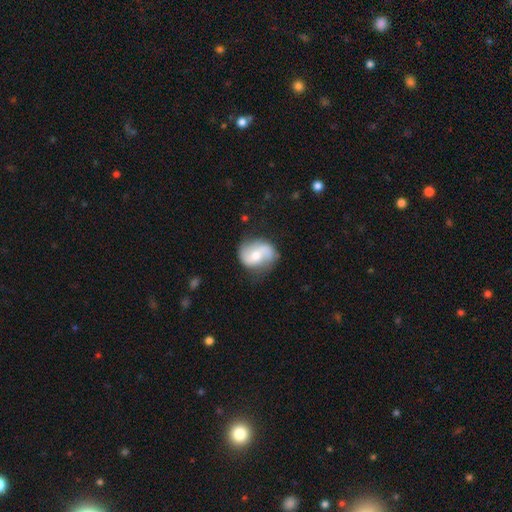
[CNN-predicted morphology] Smooth or featured? featured or disk (66%)
Edge-on disk? no (97%)
Bar? no (48%)
Spiral arms? yes (89%)
Spiral winding? loose (51%)
Spiral arm count? 2 (88%)
Bulge size? moderate (62%)
Merging? none (71%)